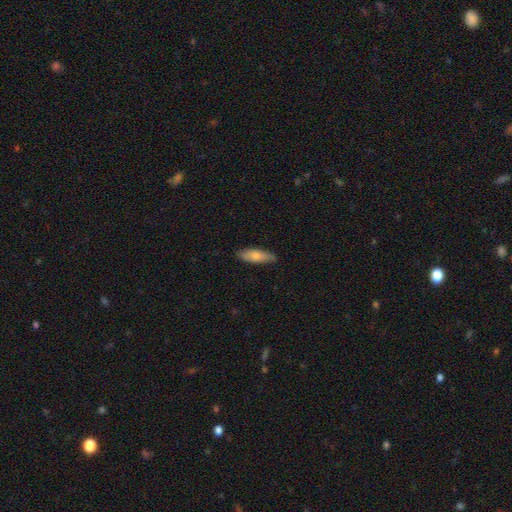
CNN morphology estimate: A smooth galaxy with no disk features (74%) that is in between round and cigar-shaped (56%). Merging: none (83%).